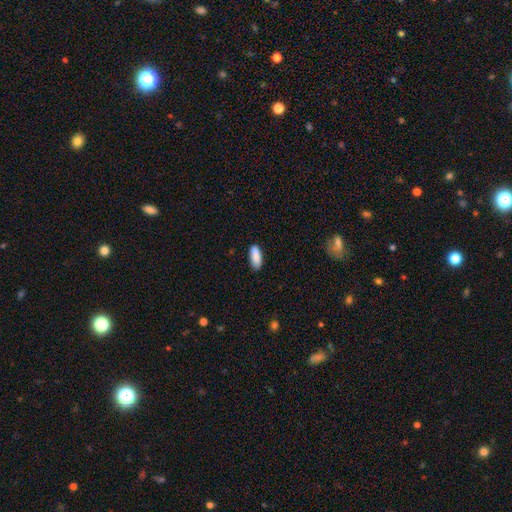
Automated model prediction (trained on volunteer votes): A smooth galaxy with no disk features (89%) that is in between round and cigar-shaped (75%). Merging: none (83%).